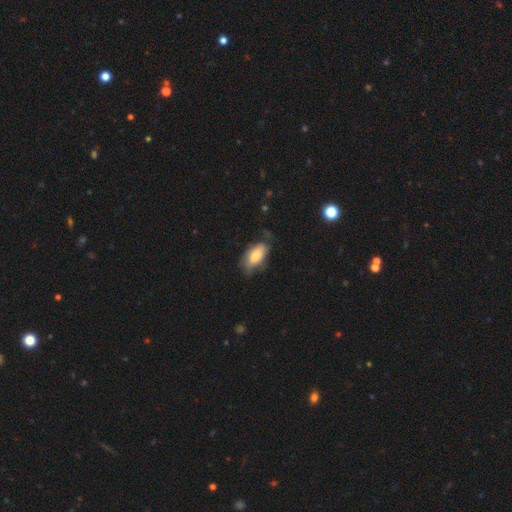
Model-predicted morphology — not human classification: Smooth or featured? Predicted: smooth (p=0.77). How rounded? Predicted: in between (p=0.90). Merging? Predicted: none (p=0.56).